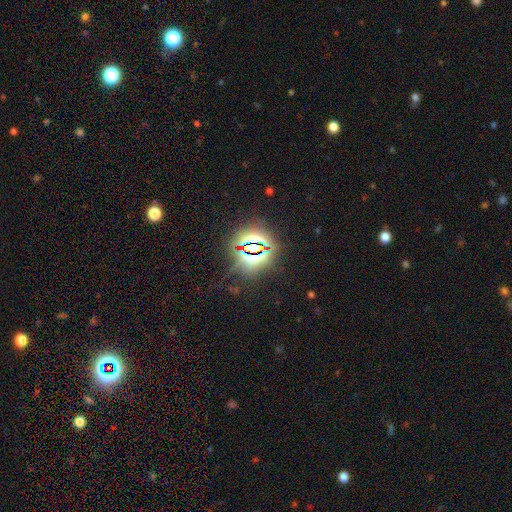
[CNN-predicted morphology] Smooth or featured?
  - star or artifact: 77% *
  - smooth: 14%
  - featured or disk: 9%